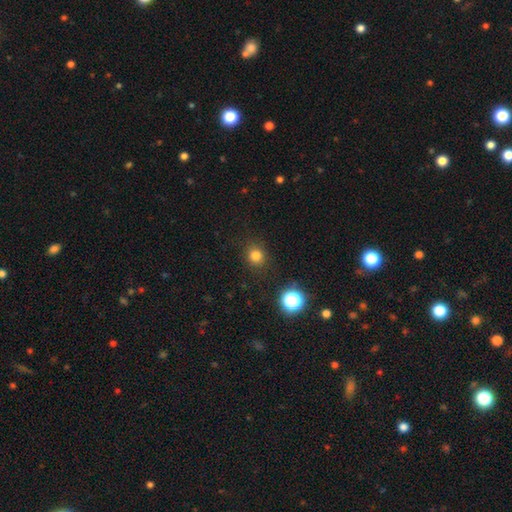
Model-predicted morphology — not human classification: smooth_or_featured: smooth (p=0.80) [alt: star or artifact p=0.15]
how_rounded: round (p=0.89) [alt: in between p=0.10]
merging: none (p=0.88) [alt: minor disturbance p=0.08]